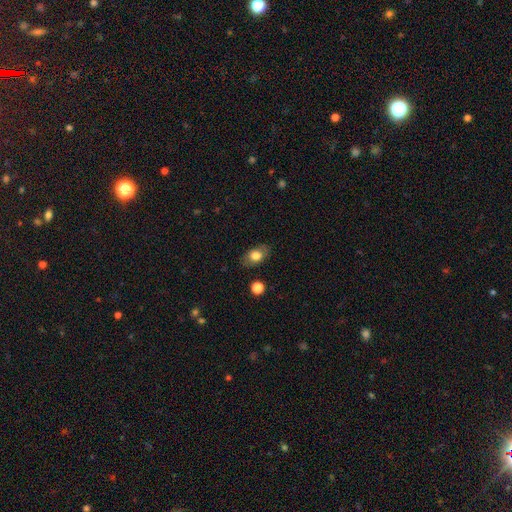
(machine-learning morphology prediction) Overall: smooth (75%). How rounded: in between (82%). Merging: none (82%).